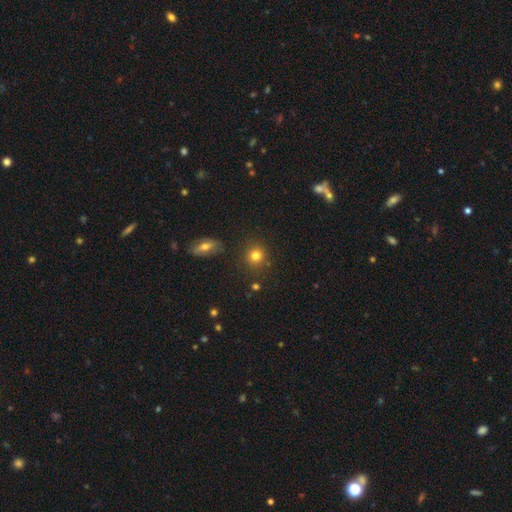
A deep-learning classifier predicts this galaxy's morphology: Smooth or featured?
  - smooth: 81% *
  - star or artifact: 12%
  - featured or disk: 7%
How rounded?
  - round: 87% *
  - in between: 12%
  - cigar-shaped: 1%
Merging?
  - none: 86% *
  - minor disturbance: 8%
  - merger: 4%
  - major disturbance: 3%